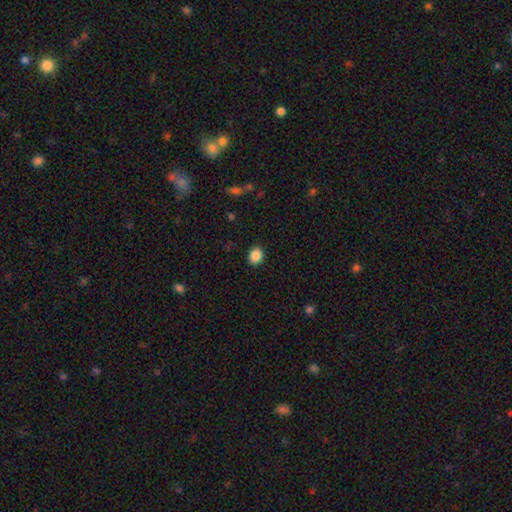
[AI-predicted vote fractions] Morphology: type=smooth (87%); roundness=round (56%); merging=none (90%).